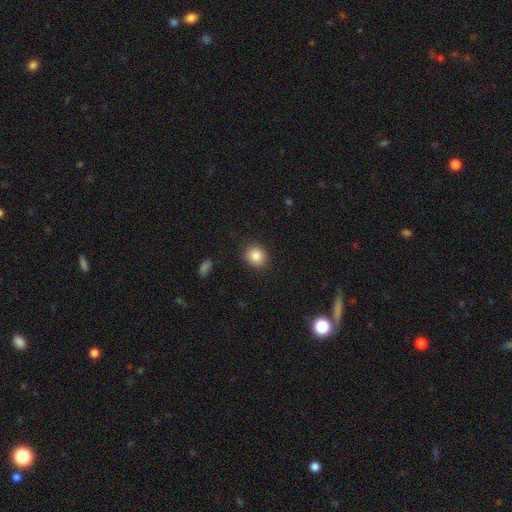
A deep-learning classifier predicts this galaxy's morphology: Q: Smooth or featured?
A: smooth (85%); runner-up: star or artifact (9%)
Q: How rounded?
A: round (69%); runner-up: in between (30%)
Q: Merging?
A: none (89%); runner-up: minor disturbance (8%)